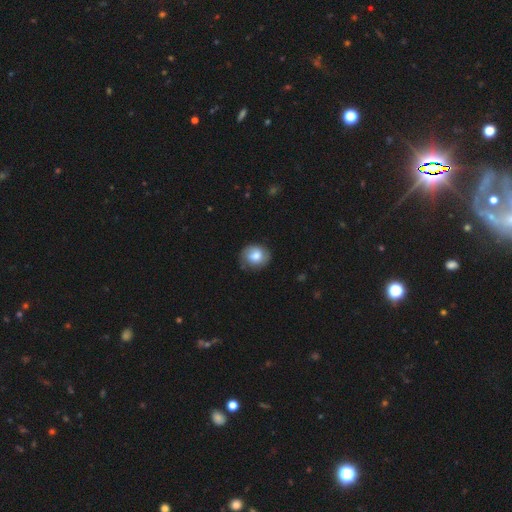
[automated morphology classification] smooth_or_featured: smooth (p=0.76) [alt: featured or disk p=0.17]
how_rounded: round (p=0.71) [alt: in between p=0.28]
merging: none (p=0.74) [alt: minor disturbance p=0.20]